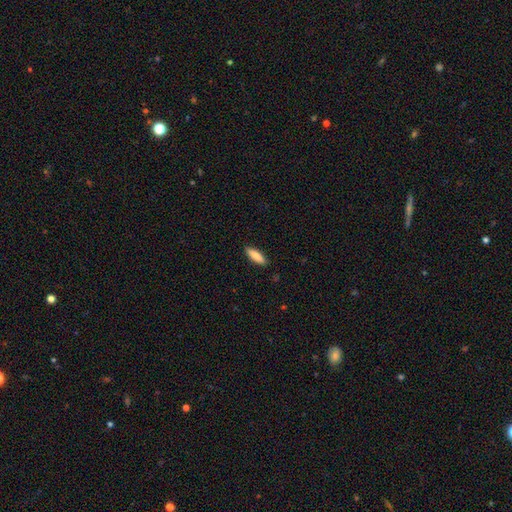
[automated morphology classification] Smooth or featured: smooth — 84% (featured or disk — 10%)
How rounded: cigar-shaped — 52% (in between — 46%)
Merging: none — 89% (minor disturbance — 8%)